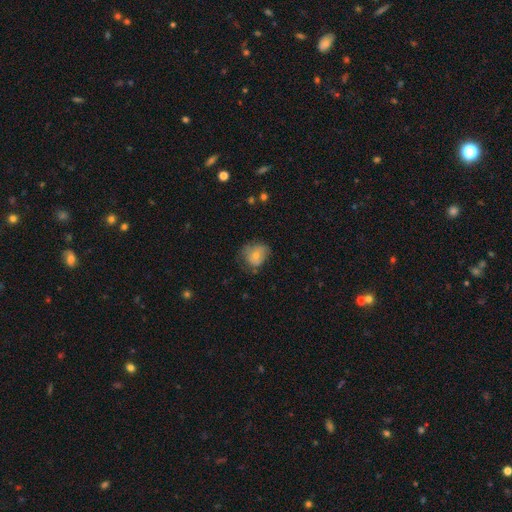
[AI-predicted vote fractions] Overall: smooth (69%). How rounded: round (60%; in between 39%). Merging: none (49%; minor disturbance 34%).